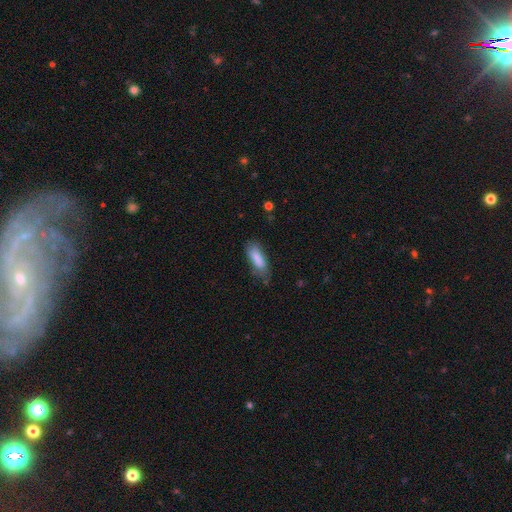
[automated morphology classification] The model was most divided on "how rounded": in between: 59%, cigar-shaped: 39%, round: 2%. More confident: smooth or featured — smooth (82%); merging — none (60%).